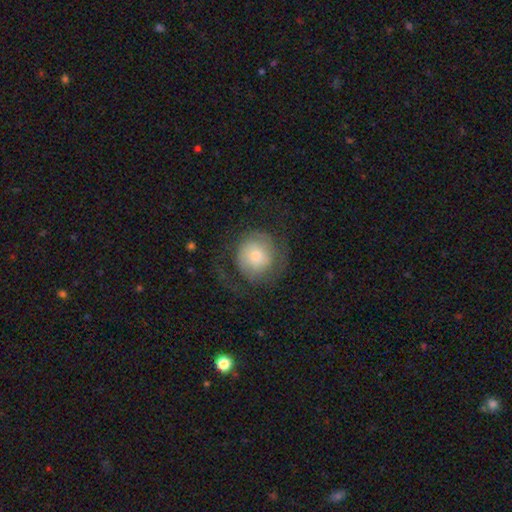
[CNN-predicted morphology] Smooth or featured?
  - featured or disk: 50% *
  - smooth: 42%
  - star or artifact: 8%
Merging?
  - none: 61% *
  - major disturbance: 22%
  - minor disturbance: 16%
  - merger: 1%